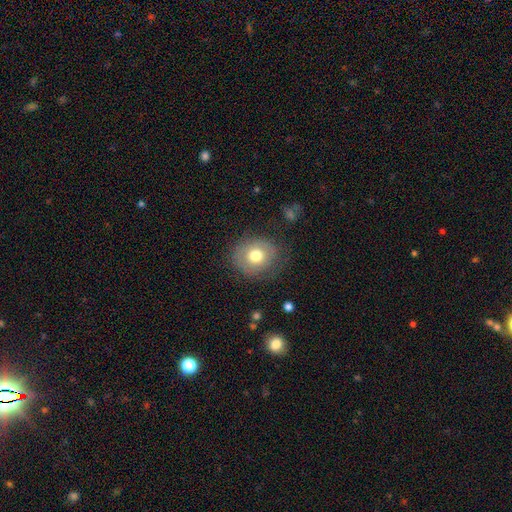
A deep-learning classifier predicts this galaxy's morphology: smooth_or_featured: smooth (p=0.69) [alt: featured or disk p=0.22]
how_rounded: round (p=0.74) [alt: in between p=0.25]
merging: none (p=0.74) [alt: minor disturbance p=0.17]